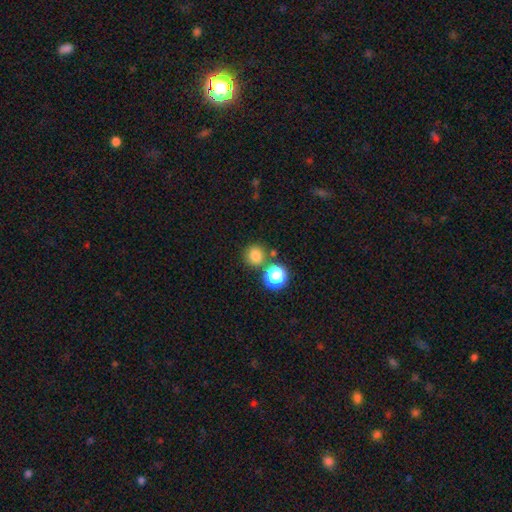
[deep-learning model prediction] The model was most divided on "merging": none: 74%, merger: 14%, minor disturbance: 9%, major disturbance: 3%. More confident: how rounded — round (89%); smooth or featured — smooth (78%).